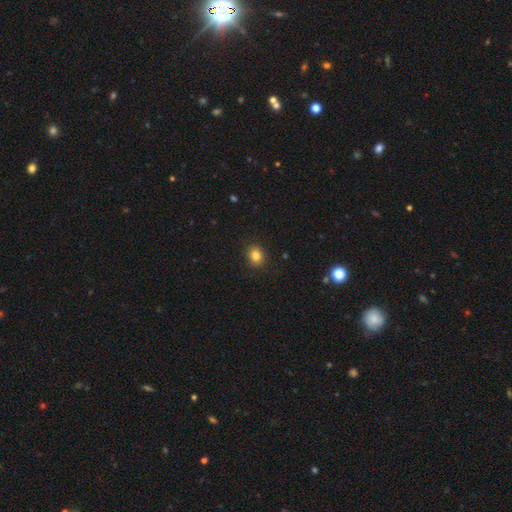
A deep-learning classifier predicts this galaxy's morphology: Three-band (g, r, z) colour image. It shows a smooth galaxy with no disk features (82%) that is round (61%). Merging: none (89%).